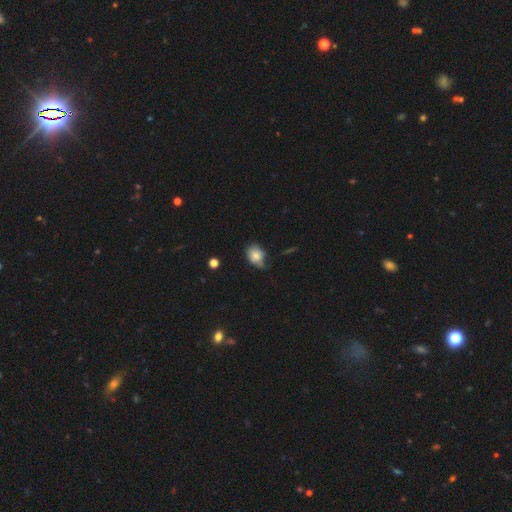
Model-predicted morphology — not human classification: A smooth galaxy with no disk features (77%) that is in between round and cigar-shaped (52%). Merging: none (42%).